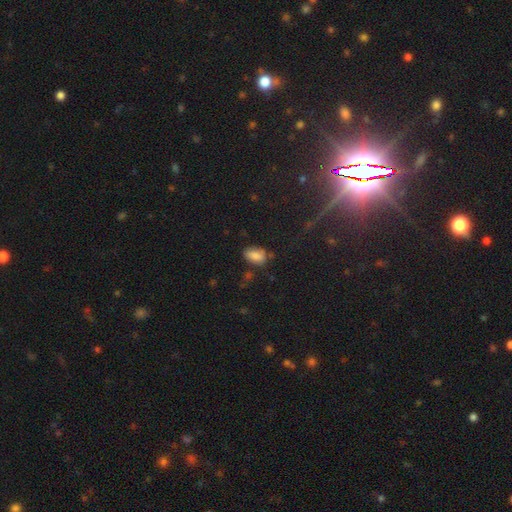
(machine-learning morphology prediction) A smooth galaxy with no disk features (80%) that is in between round and cigar-shaped (90%).

Vote fractions:
- Smooth or featured? smooth: 80% / star or artifact: 10% / featured or disk: 9%
- How rounded? in between: 90% / round: 8% / cigar-shaped: 2%
- Merging? none: 67% / minor disturbance: 23% / major disturbance: 6% / merger: 4%